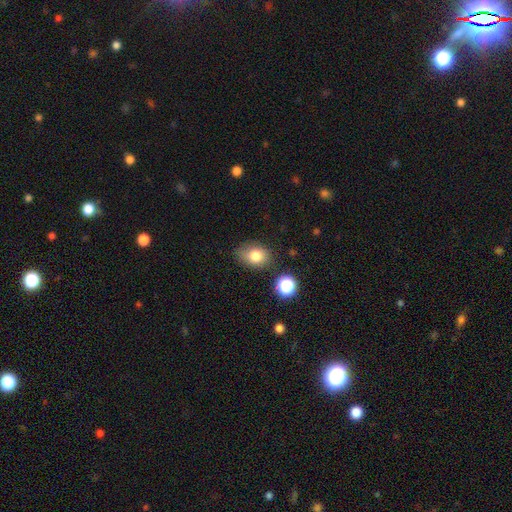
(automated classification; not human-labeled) smooth_or_featured: smooth (p=0.79) [alt: star or artifact p=0.11]
how_rounded: in between (p=0.66) [alt: round p=0.33]
merging: none (p=0.71) [alt: minor disturbance p=0.20]